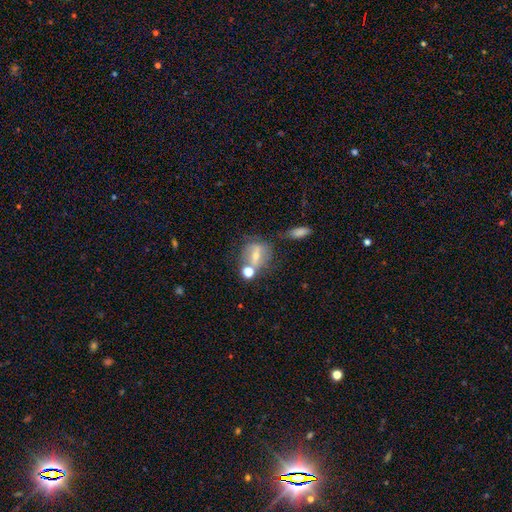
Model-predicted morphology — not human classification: A smooth galaxy with no disk features (47%). Merging: none (48%).